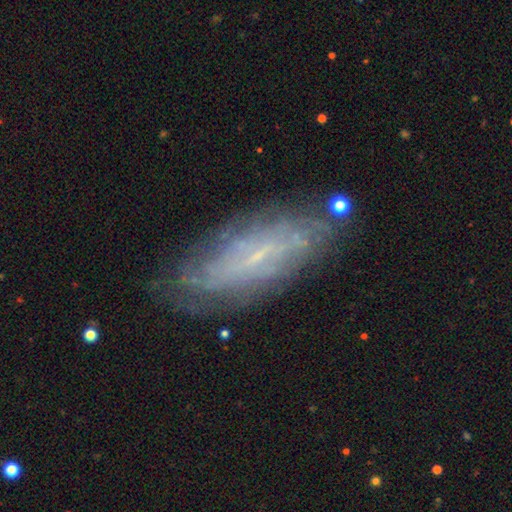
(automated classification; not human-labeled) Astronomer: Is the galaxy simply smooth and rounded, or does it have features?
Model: featured or disk — 71%.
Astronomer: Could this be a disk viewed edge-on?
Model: no — 82%.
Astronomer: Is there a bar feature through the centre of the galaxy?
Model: no — 54% (runner-up: weak, 36%).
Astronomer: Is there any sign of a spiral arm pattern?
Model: yes — 83%.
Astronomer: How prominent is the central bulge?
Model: small — 76%.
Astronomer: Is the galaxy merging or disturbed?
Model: none — 77%.